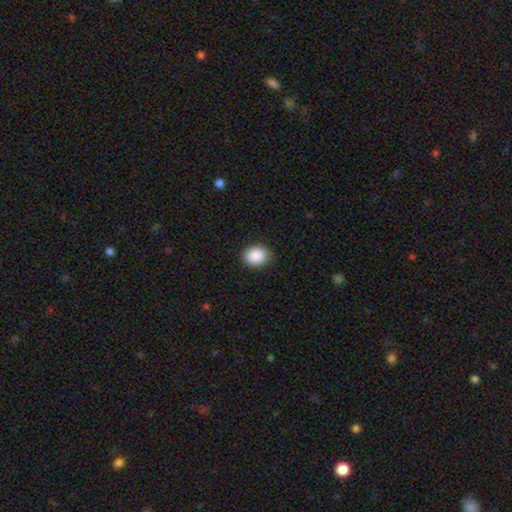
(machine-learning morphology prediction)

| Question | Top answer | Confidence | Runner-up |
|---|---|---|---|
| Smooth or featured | smooth | 89% | star or artifact (8%) |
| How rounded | in between | 51% | round (48%) |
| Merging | none | 86% | minor disturbance (11%) |